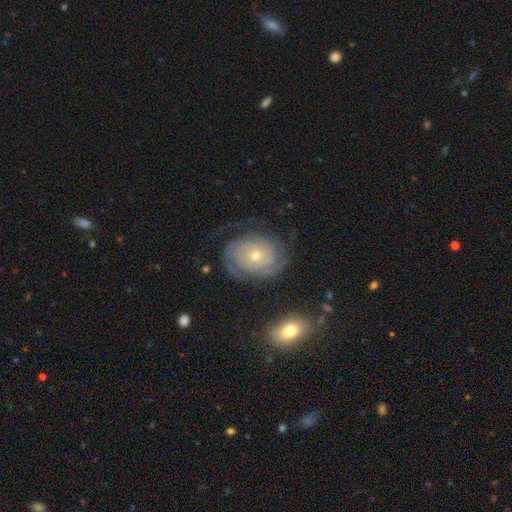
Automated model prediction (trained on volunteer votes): A featured or disk galaxy (77%) with no bar (83%), tight (72%) spiral arms (90%) and a small central bulge (60%).

Vote fractions:
- Smooth or featured? featured or disk: 77% / smooth: 15% / star or artifact: 8%
- Edge-on disk? no: 97% / yes: 3%
- Bar? no: 83% / weak: 14% / strong: 3%
- Spiral arms? yes: 90% / no: 10%
- Spiral winding? tight: 72% / medium: 21% / loose: 7%
- Spiral arm count? can't tell: 39% / 2: 31% / 3: 13% / 4: 6% / 1: 6% / more than 4: 5%
- Bulge size? small: 60% / moderate: 36% / large: 2% / none: 1% / dominant: 1%
- Merging? none: 69% / minor disturbance: 19% / major disturbance: 10% / merger: 2%